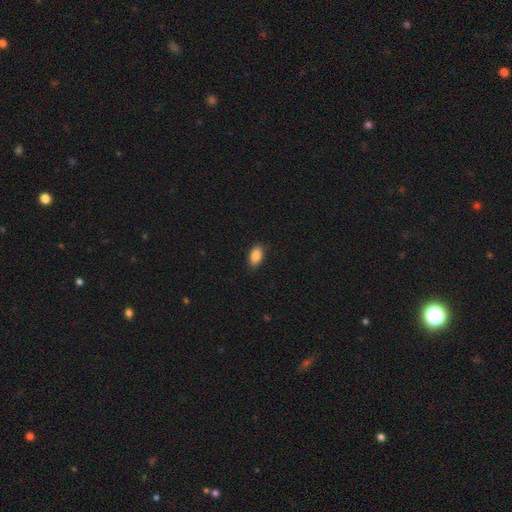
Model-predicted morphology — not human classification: Smooth or featured? Predicted: smooth (p=0.87). How rounded? Predicted: in between (p=0.91). Merging? Predicted: none (p=0.86).